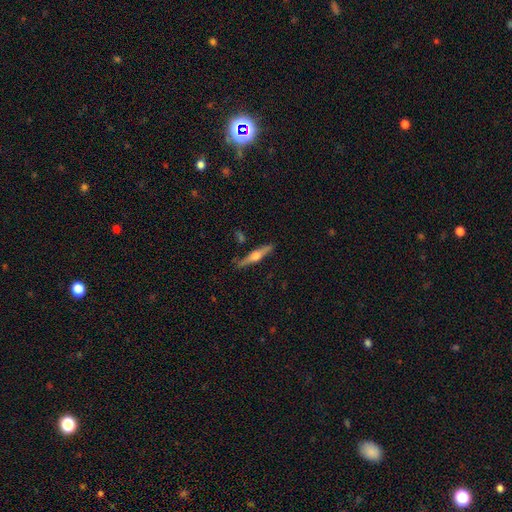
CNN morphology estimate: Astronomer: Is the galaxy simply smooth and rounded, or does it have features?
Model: featured or disk — 68%.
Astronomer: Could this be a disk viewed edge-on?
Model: yes — 97%.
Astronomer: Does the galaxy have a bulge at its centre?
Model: rounded — 92%.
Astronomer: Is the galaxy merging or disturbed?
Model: none — 86%.